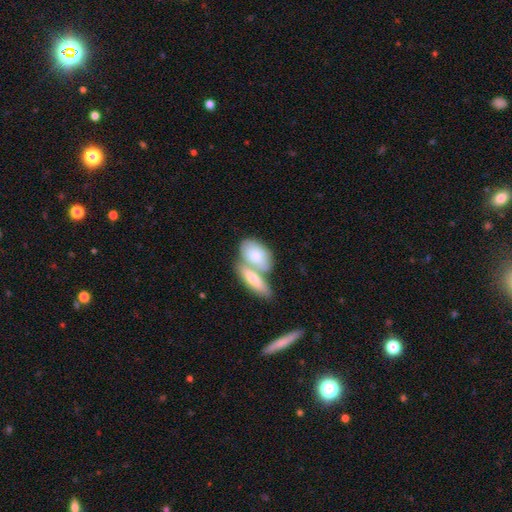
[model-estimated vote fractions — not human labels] Smooth or featured? smooth (70%)
How rounded? in between (85%)
Merging? merger (59%)